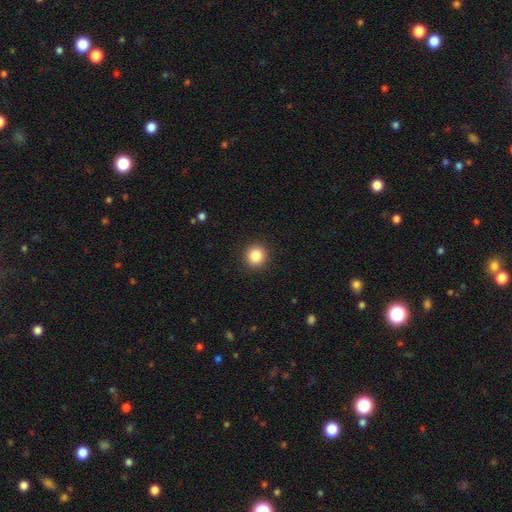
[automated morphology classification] smooth_or_featured: smooth (p=0.86) [alt: star or artifact p=0.10]
how_rounded: round (p=0.92) [alt: in between p=0.07]
merging: none (p=0.92) [alt: minor disturbance p=0.05]